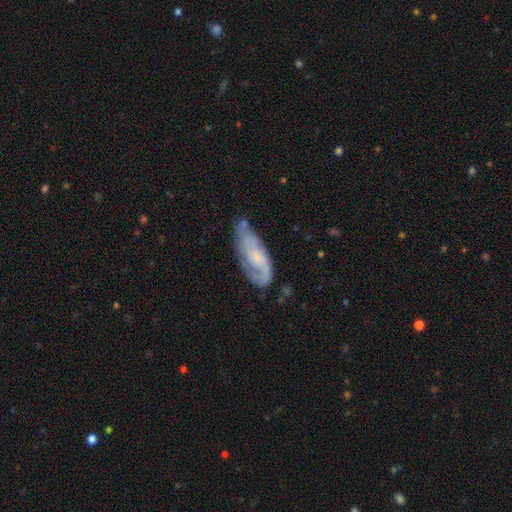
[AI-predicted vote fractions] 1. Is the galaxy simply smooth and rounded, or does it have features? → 66% featured or disk, 27% smooth, 7% star or artifact.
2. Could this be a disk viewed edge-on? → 89% no, 11% yes.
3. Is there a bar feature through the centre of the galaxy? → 66% no, 28% weak, 5% strong.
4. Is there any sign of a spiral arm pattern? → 86% yes, 14% no.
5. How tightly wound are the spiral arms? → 42% medium, 37% tight, 22% loose.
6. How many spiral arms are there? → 51% 2, 24% can't tell, 17% 1, 5% 3, 2% 4, 2% more than 4.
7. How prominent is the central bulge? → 44% small, 25% moderate, 25% none, 5% large, 1% dominant.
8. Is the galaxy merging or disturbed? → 58% none, 27% minor disturbance, 12% major disturbance, 4% merger.